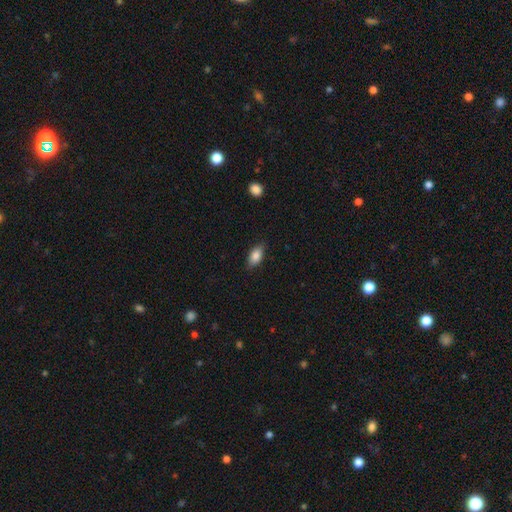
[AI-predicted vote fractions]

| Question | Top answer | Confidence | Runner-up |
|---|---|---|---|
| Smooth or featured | smooth | 84% | featured or disk (9%) |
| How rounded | in between | 89% | cigar-shaped (6%) |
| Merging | none | 81% | minor disturbance (15%) |